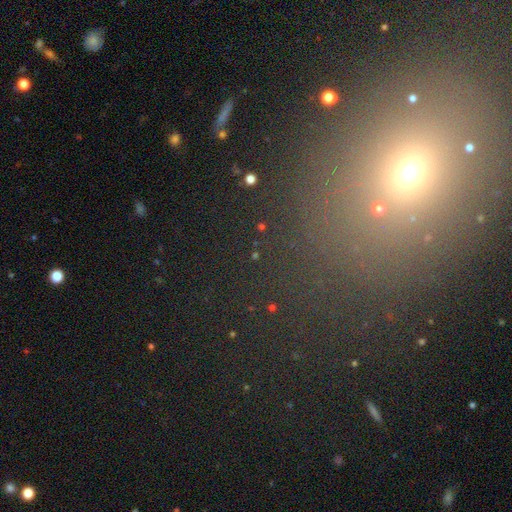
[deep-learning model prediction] A star or artifact, not a galaxy (60%).

Vote fractions:
- Smooth or featured? star or artifact: 60% / smooth: 28% / featured or disk: 12%